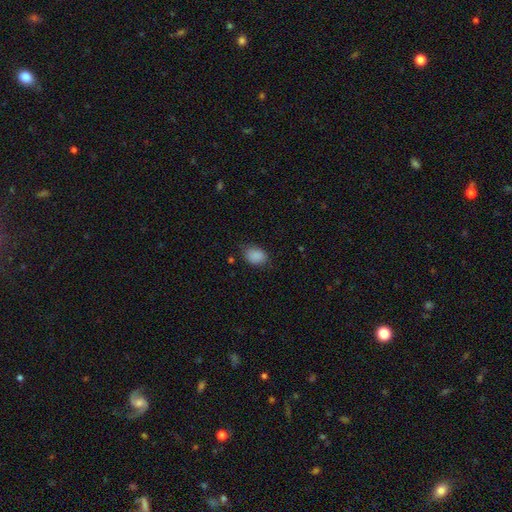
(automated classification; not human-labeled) Smooth or featured: smooth — 88% (star or artifact — 9%)
How rounded: in between — 71% (round — 28%)
Merging: none — 74% (minor disturbance — 20%)